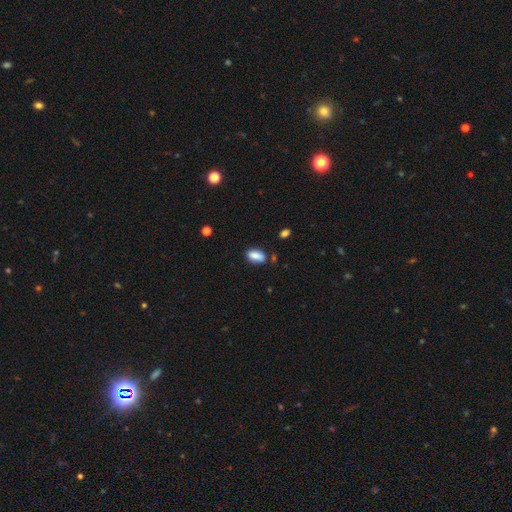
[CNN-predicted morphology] A smooth galaxy with no disk features (86%) that is in between round and cigar-shaped (90%). Merging: none (77%).